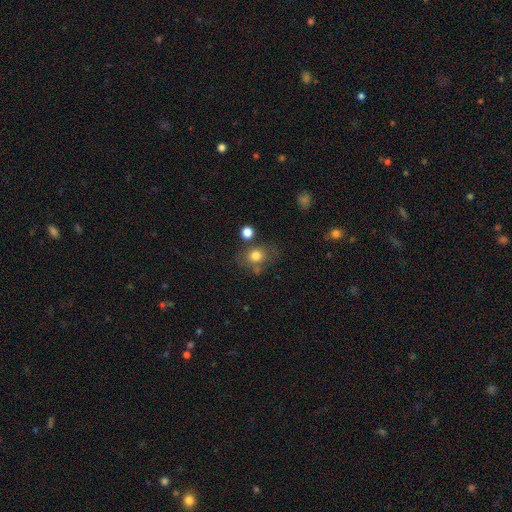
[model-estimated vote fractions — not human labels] smooth 75%, featured or disk 13%, star or artifact 11%. Down the decision tree: how rounded — round (62%); merging — none (60%).